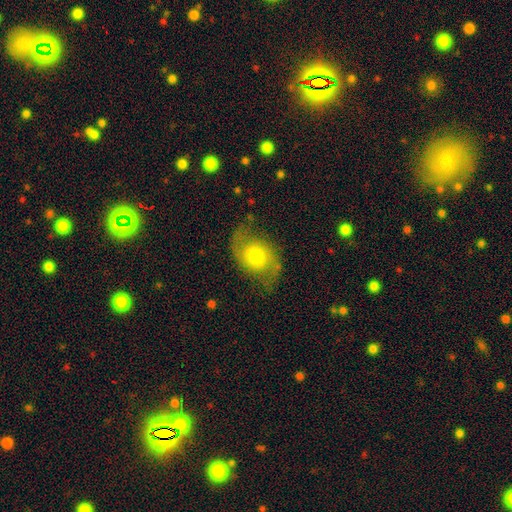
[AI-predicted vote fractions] A featured or disk galaxy (77%) with no bar (68%), 2 (93%) medium (49%) spiral arms (94%) and a moderate central bulge (57%).

Vote fractions:
- Smooth or featured? featured or disk: 77% / smooth: 16% / star or artifact: 7%
- Edge-on disk? no: 97% / yes: 3%
- Bar? no: 68% / weak: 28% / strong: 4%
- Spiral arms? yes: 94% / no: 6%
- Spiral winding? medium: 49% / loose: 37% / tight: 14%
- Spiral arm count? 2: 93% / can't tell: 3% / 1: 1% / 3: 1% / 4: 1% / more than 4: 1%
- Bulge size? moderate: 57% / small: 24% / large: 13% / none: 3% / dominant: 2%
- Merging? none: 75% / minor disturbance: 16% / major disturbance: 7% / merger: 2%